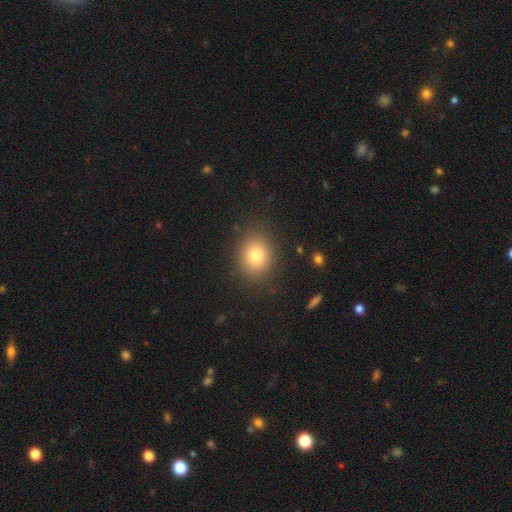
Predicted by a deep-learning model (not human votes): A smooth galaxy with no disk features (78%) that is round (61%).

Vote fractions:
- Smooth or featured? smooth: 78% / star or artifact: 12% / featured or disk: 9%
- How rounded? round: 61% / in between: 39% / cigar-shaped: 1%
- Merging? none: 87% / minor disturbance: 9% / major disturbance: 3% / merger: 1%